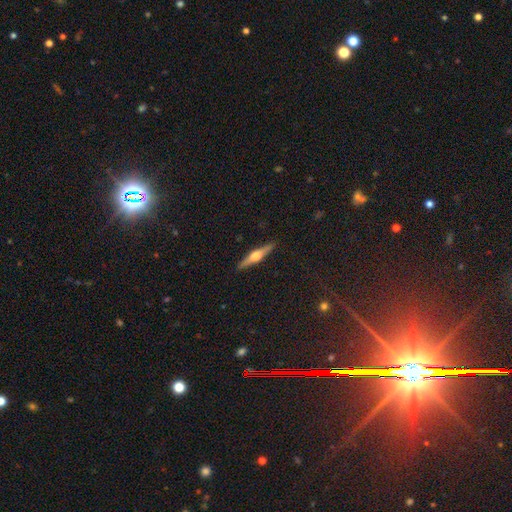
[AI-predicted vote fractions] smooth_or_featured: featured or disk (p=0.71) [alt: smooth p=0.24]
disk_edge_on: yes (p=0.98) [alt: no p=0.02]
edge_on_bulge: rounded (p=0.94) [alt: boxy p=0.03]
merging: none (p=0.91) [alt: minor disturbance p=0.06]